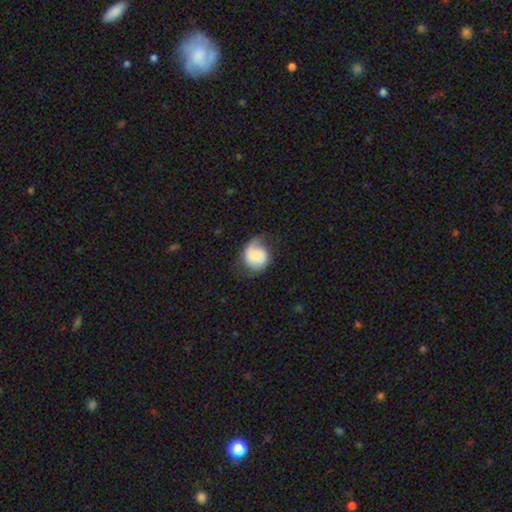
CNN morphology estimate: smooth-or-featured: smooth: 53% | featured or disk: 40% | star or artifact: 7%
  how-rounded: round: 74% | in between: 25% | cigar-shaped: 1%
  merging: none: 57% | minor disturbance: 29% | major disturbance: 13% | merger: 1%